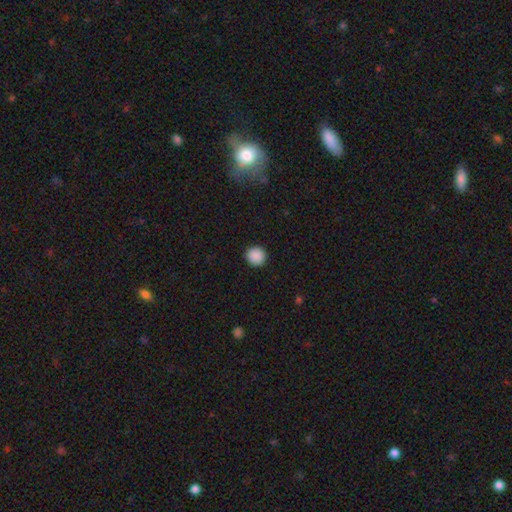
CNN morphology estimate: Smooth or featured? smooth (89%)
How rounded? round (95%)
Merging? none (93%)